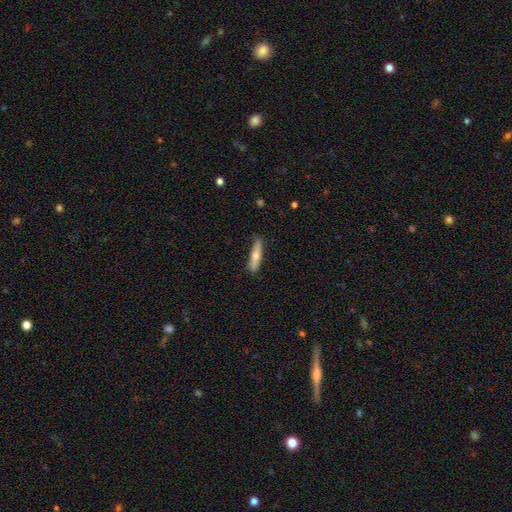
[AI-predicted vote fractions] The model was most divided on "smooth or featured": smooth: 56%, featured or disk: 38%, star or artifact: 6%. More confident: merging — none (82%); how rounded — cigar-shaped (80%).